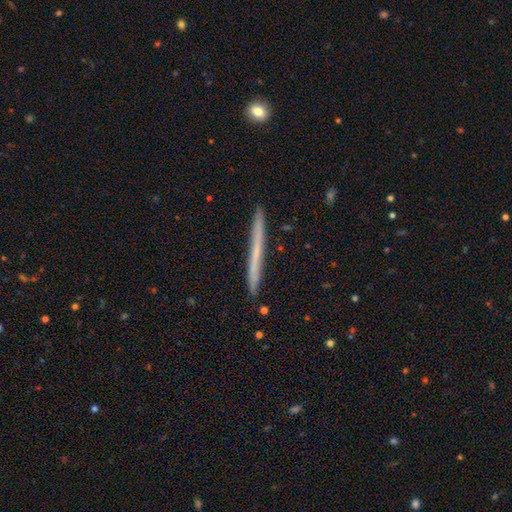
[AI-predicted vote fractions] The model was most divided on "smooth or featured": smooth: 51%, featured or disk: 43%, star or artifact: 6%. More confident: how rounded — cigar-shaped (97%); merging — none (92%).